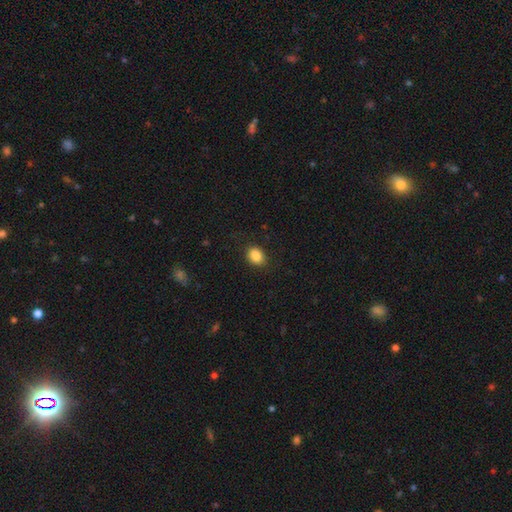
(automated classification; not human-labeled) A smooth galaxy with no disk features (87%) that is in between round and cigar-shaped (59%). Merging: none (85%).